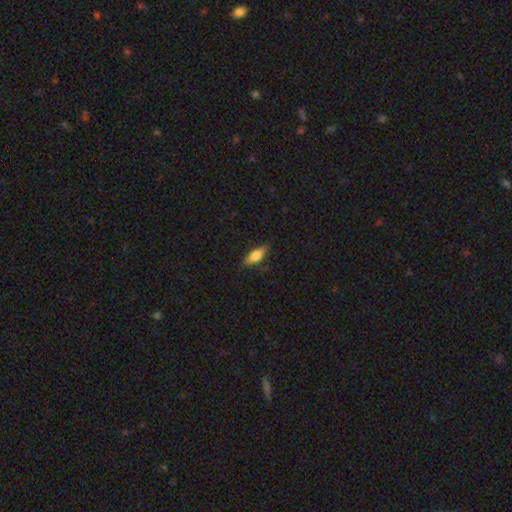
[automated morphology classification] smooth-or-featured: smooth: 63% | featured or disk: 30% | star or artifact: 7%
  how-rounded: in between: 63% | cigar-shaped: 34% | round: 3%
  merging: none: 80% | minor disturbance: 16% | major disturbance: 3% | merger: 1%